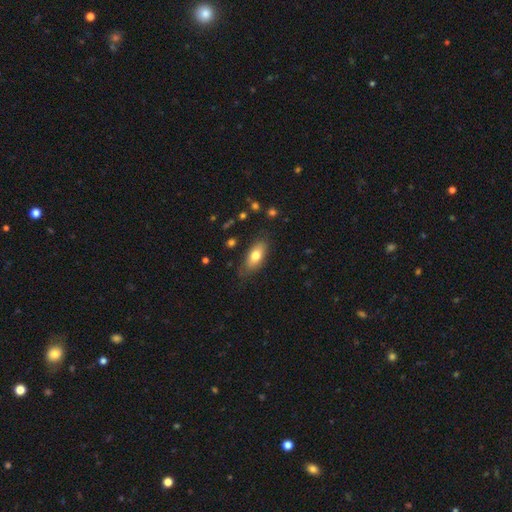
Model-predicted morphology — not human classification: Overall: smooth (73%). How rounded: in between (83%). Merging: none (75%).